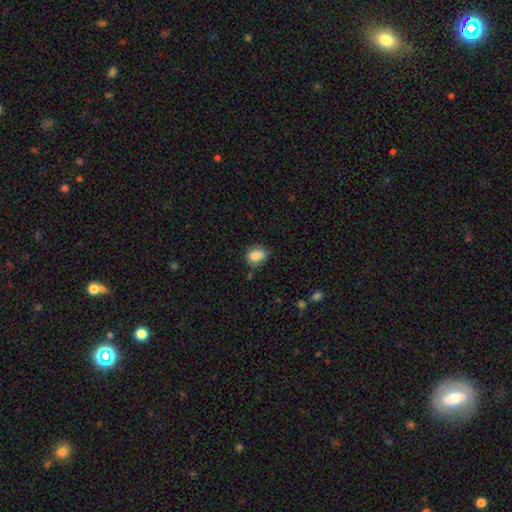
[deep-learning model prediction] Overall: smooth (84%). How rounded: in between (54%; round 45%). Merging: none (70%).